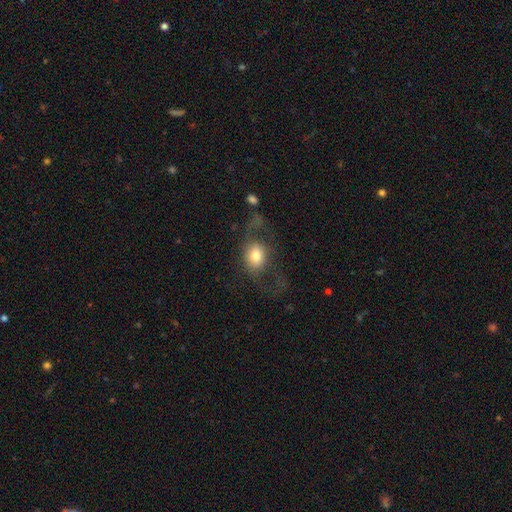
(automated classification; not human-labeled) smooth 67%, featured or disk 24%, star or artifact 9%. Down the decision tree: how rounded — in between (51%); merging — major disturbance (44%).